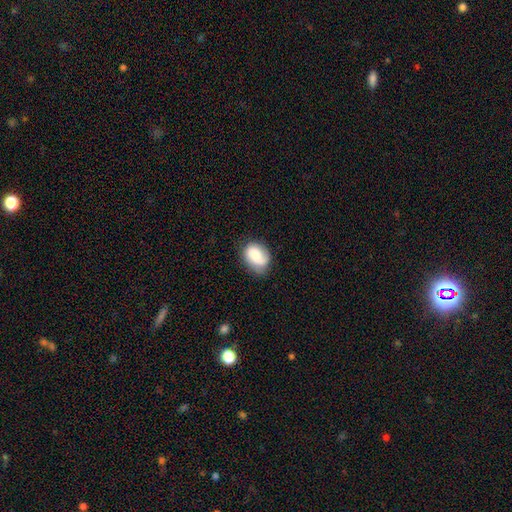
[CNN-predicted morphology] smooth_or_featured: smooth (p=0.59) [alt: featured or disk p=0.33]
how_rounded: in between (p=0.63) [alt: round p=0.36]
merging: none (p=0.71) [alt: minor disturbance p=0.22]